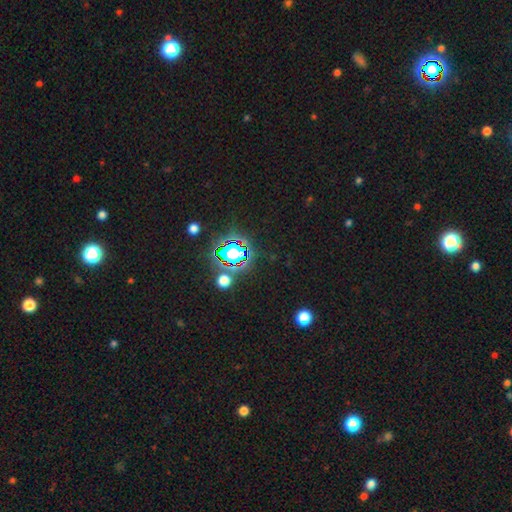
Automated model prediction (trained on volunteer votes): smooth_or_featured: star or artifact (p=0.81) [alt: smooth p=0.11]